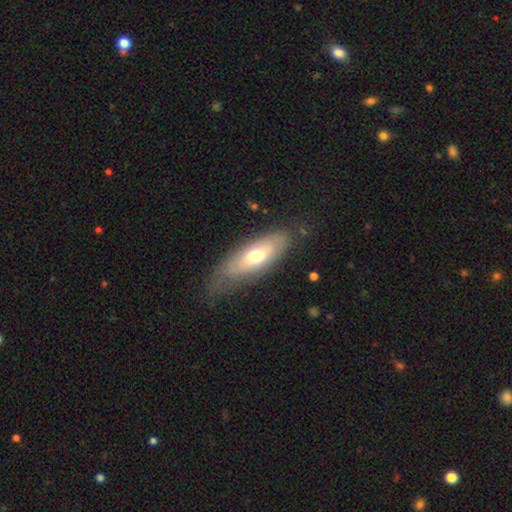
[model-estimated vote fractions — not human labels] Overall: smooth (55%; featured or disk 39%). How rounded: in between (69%). Merging: none (64%; minor disturbance 25%).